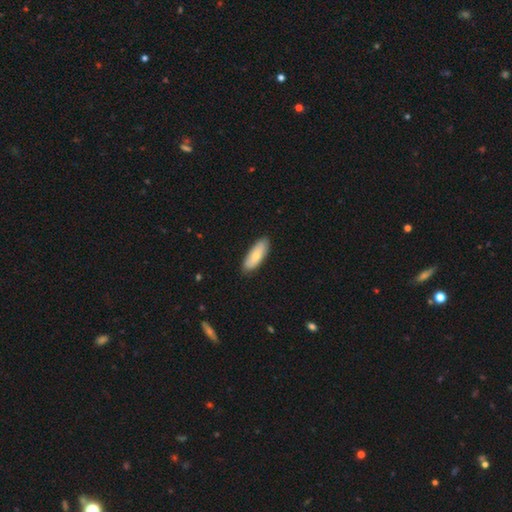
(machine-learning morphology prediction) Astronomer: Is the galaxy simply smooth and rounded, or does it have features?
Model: smooth — 72%.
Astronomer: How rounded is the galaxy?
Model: in between — 70%.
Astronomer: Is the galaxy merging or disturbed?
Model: none — 86%.